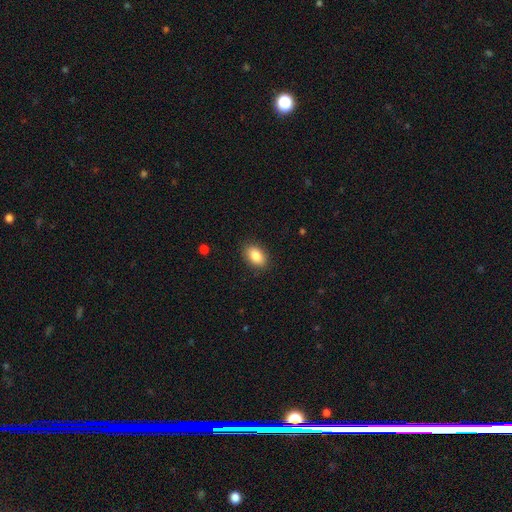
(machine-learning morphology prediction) This is clearly a smooth galaxy (87%). How rounded: clearly in between (89%). Merging: clearly none (88%).